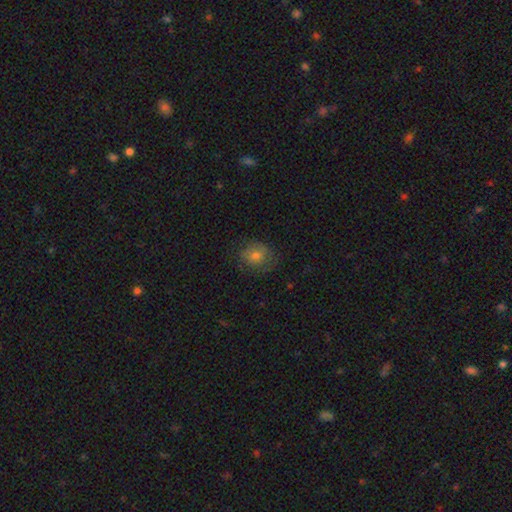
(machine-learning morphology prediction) smooth 68%, featured or disk 21%, star or artifact 11%. Down the decision tree: how rounded — round (73%); merging — none (70%).